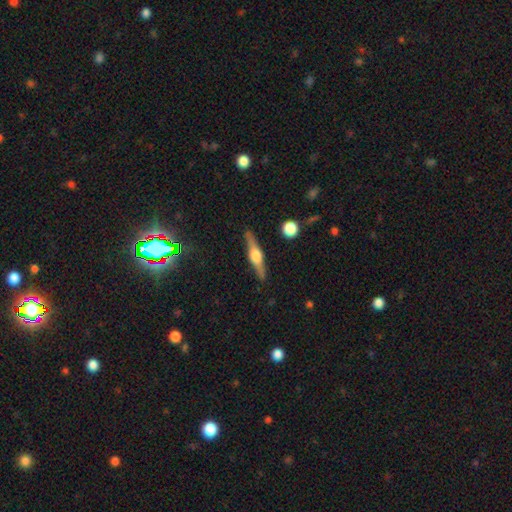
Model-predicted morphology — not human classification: Overall: featured or disk (75%). Edge-on disk: yes (97%). Edge-on bulge: rounded (91%). Merging: none (89%).